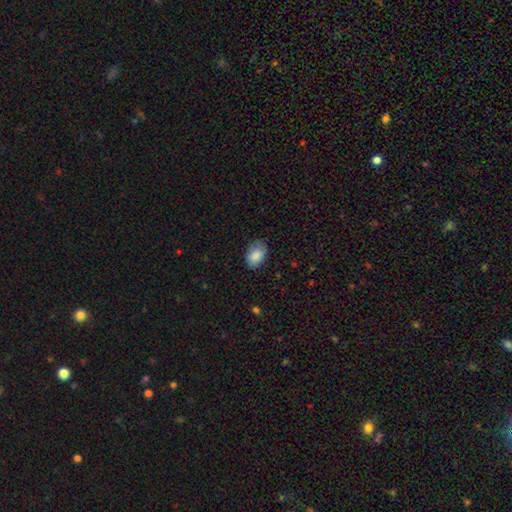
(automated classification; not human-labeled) This appears to be a smooth galaxy with no disk features (87%) that is in between round and cigar-shaped (87%). Merging: none (75%).